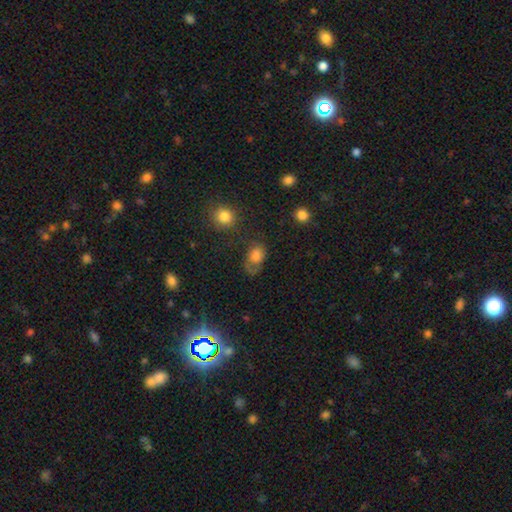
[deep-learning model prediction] Smooth or featured: smooth — 61% (featured or disk — 26%)
How rounded: in between — 66% (round — 33%)
Merging: none — 42% (major disturbance — 28%)